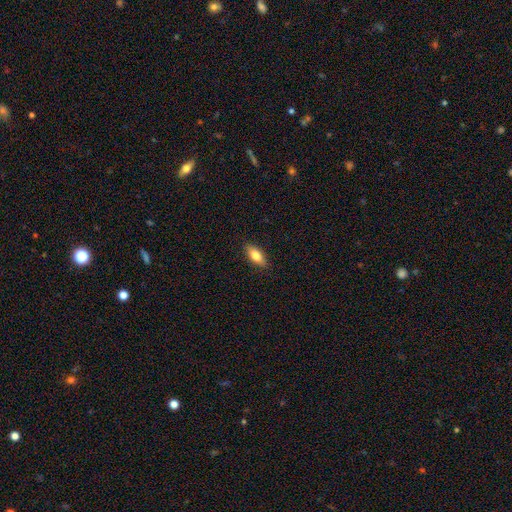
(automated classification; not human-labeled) Q: Smooth or featured?
A: smooth (80%); runner-up: featured or disk (14%)
Q: How rounded?
A: in between (82%); runner-up: cigar-shaped (15%)
Q: Merging?
A: none (88%); runner-up: minor disturbance (9%)